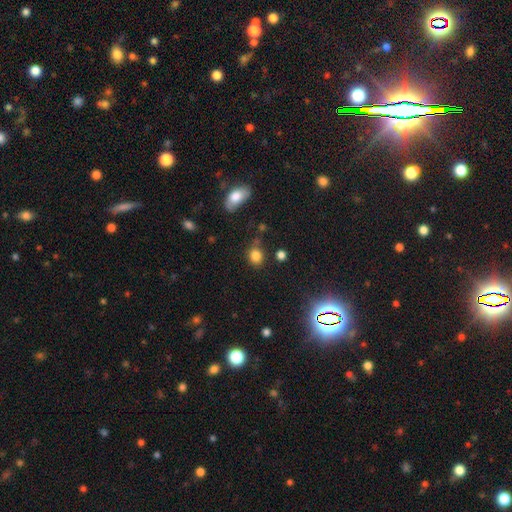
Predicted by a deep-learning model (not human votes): Q: Smooth or featured?
A: smooth (80%); runner-up: star or artifact (14%)
Q: How rounded?
A: round (68%); runner-up: in between (31%)
Q: Merging?
A: none (73%); runner-up: minor disturbance (15%)